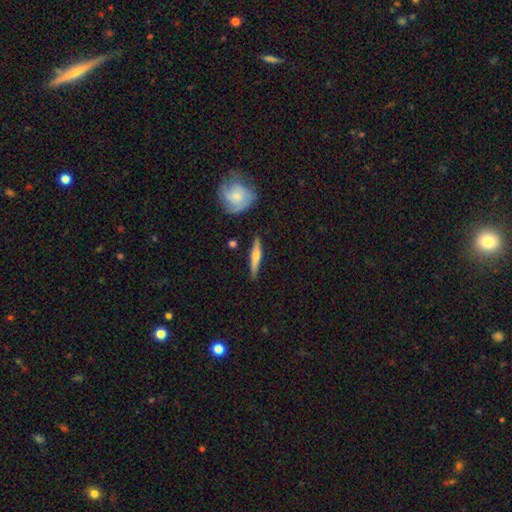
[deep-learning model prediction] A featured or disk galaxy (58%) viewed edge-on (95%) with a rounded central bulge (82%).

Vote fractions:
- Smooth or featured? featured or disk: 58% / smooth: 36% / star or artifact: 5%
- Edge-on disk? yes: 95% / no: 5%
- Edge-on bulge? rounded: 82% / none: 11% / boxy: 7%
- Merging? none: 86% / minor disturbance: 9% / merger: 2% / major disturbance: 2%